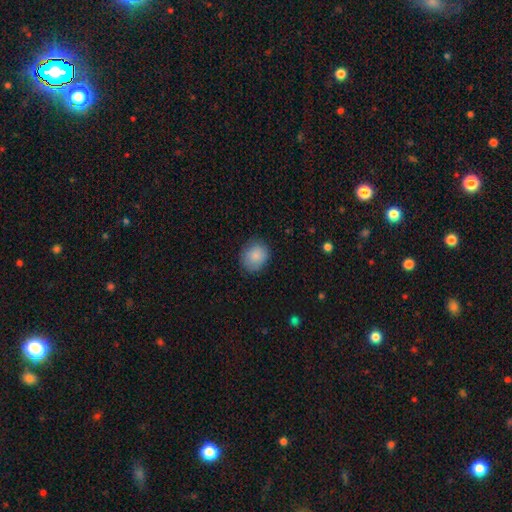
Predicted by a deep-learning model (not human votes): Smooth or featured? smooth (88%)
How rounded? round (69%)
Merging? none (84%)